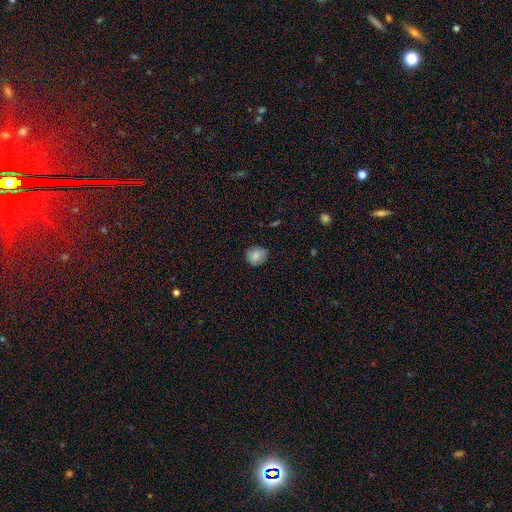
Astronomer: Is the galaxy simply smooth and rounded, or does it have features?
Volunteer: smooth — 87%.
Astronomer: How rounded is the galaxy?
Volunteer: round — 73%.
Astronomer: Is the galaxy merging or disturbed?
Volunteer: none — 53% (runner-up: minor disturbance, 44%).